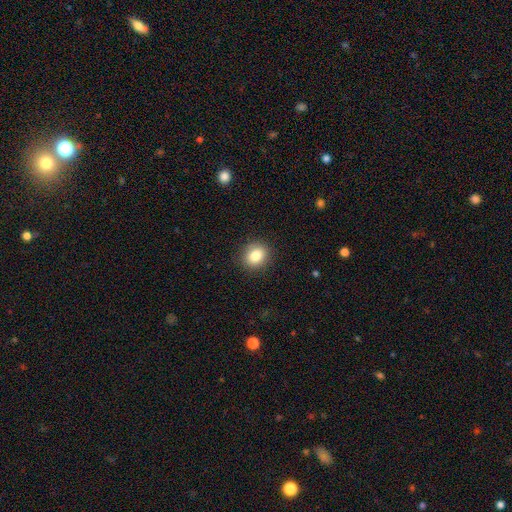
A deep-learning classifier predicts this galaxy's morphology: Smooth or featured? Predicted: smooth (p=0.83). How rounded? Predicted: round (p=0.70). Merging? Predicted: none (p=0.89).